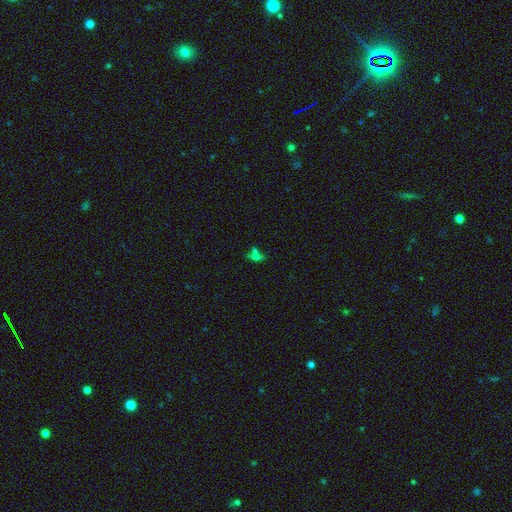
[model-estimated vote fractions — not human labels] Morphology: type=smooth (48%); merging=none (40%).